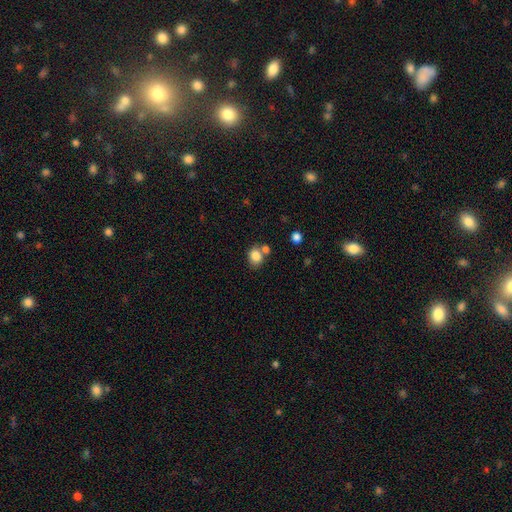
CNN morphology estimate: Smooth or featured?
  - smooth: 83% *
  - star or artifact: 10%
  - featured or disk: 7%
How rounded?
  - round: 56% *
  - in between: 43%
  - cigar-shaped: 1%
Merging?
  - none: 55% *
  - merger: 28%
  - minor disturbance: 12%
  - major disturbance: 4%